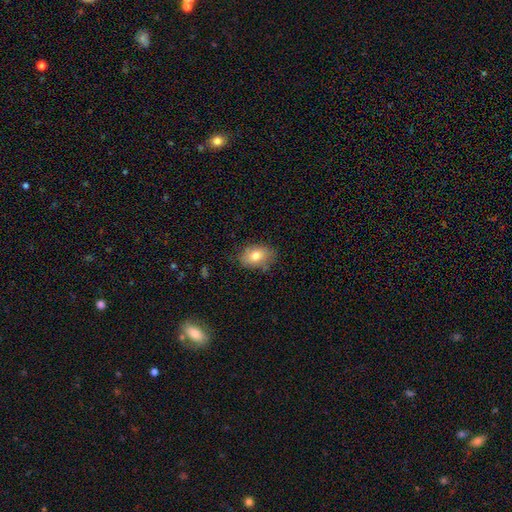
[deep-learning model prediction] A smooth galaxy with no disk features (78%) that is in between round and cigar-shaped (76%).

Vote fractions:
- Smooth or featured? smooth: 78% / featured or disk: 13% / star or artifact: 9%
- How rounded? in between: 76% / round: 23% / cigar-shaped: 1%
- Merging? none: 73% / minor disturbance: 21% / major disturbance: 4% / merger: 2%